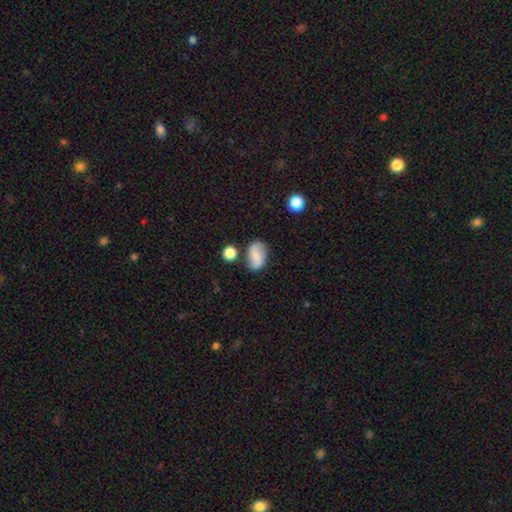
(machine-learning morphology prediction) This is possibly a smooth galaxy (49%). Merging: likely none (71%).